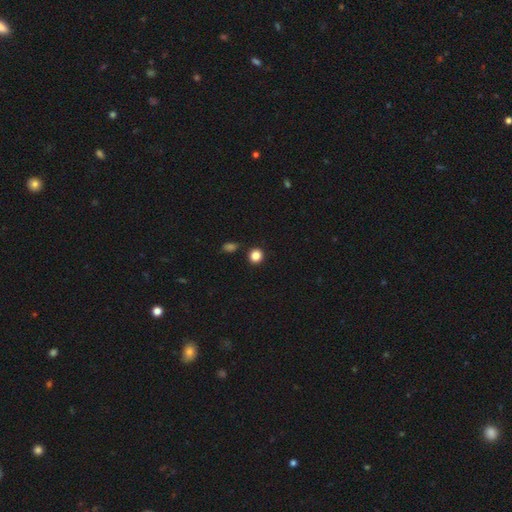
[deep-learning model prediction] This is clearly a smooth galaxy (85%). How rounded: clearly round (88%). Merging: clearly none (88%).